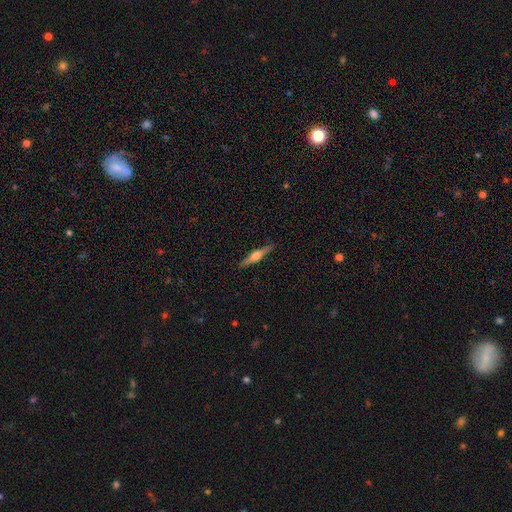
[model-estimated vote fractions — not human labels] A featured or disk galaxy (72%) viewed edge-on (98%) with a rounded central bulge (93%). Merging: none (91%).